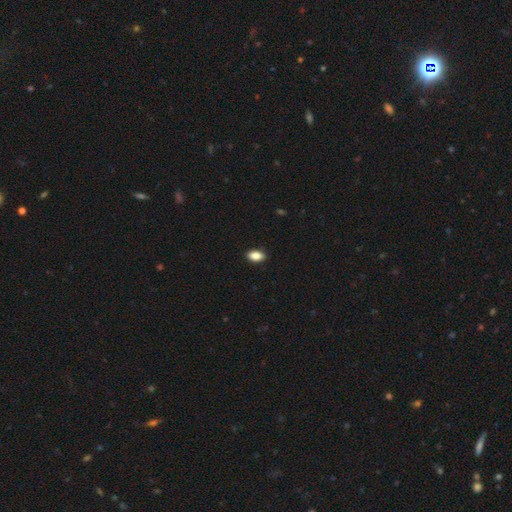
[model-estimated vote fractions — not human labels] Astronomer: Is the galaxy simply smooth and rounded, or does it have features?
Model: smooth — 87%.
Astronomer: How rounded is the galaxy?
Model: in between — 90%.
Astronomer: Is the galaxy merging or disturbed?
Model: none — 89%.